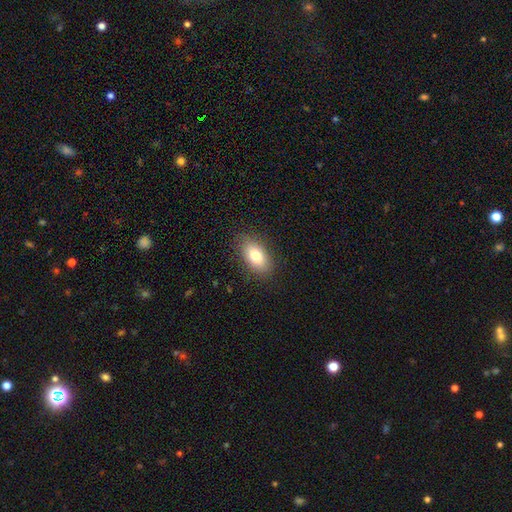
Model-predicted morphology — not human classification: A smooth galaxy with no disk features (79%) that is in between round and cigar-shaped (91%).

Vote fractions:
- Smooth or featured? smooth: 79% / featured or disk: 14% / star or artifact: 8%
- How rounded? in between: 91% / round: 6% / cigar-shaped: 4%
- Merging? none: 85% / minor disturbance: 11% / major disturbance: 3% / merger: 1%